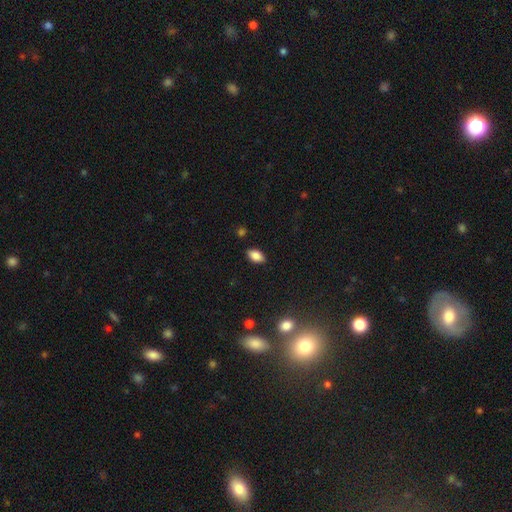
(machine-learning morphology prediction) Smooth or featured? smooth (85%)
How rounded? in between (91%)
Merging? none (86%)